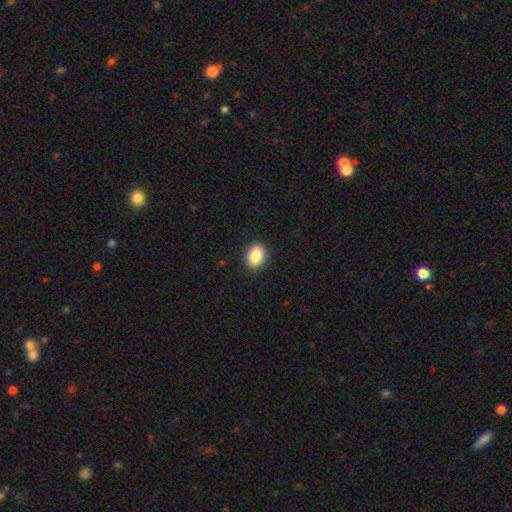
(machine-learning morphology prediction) This is clearly a smooth galaxy (86%). How rounded: likely in between (70%). Merging: clearly none (91%).